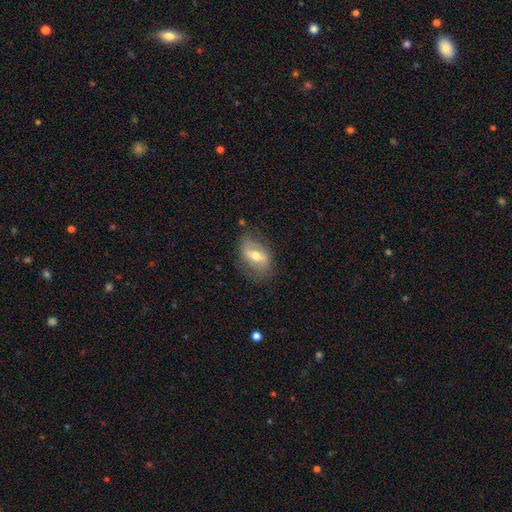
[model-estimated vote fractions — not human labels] Smooth or featured: featured or disk — 63% (smooth — 30%)
Edge-on disk: no — 90% (yes — 10%)
Bar: strong — 46% (weak — 38%)
Spiral arms: yes — 60% (no — 40%)
Bulge size: moderate — 72% (small — 18%)
Merging: none — 71% (minor disturbance — 20%)